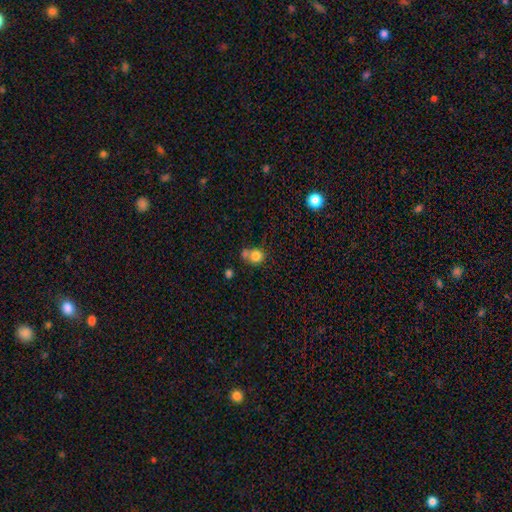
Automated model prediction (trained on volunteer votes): Smooth or featured: smooth — 81% (star or artifact — 10%)
How rounded: round — 81% (in between — 18%)
Merging: none — 45% (merger — 38%)